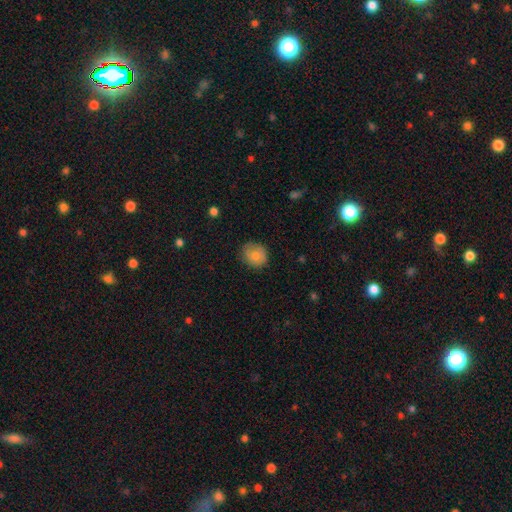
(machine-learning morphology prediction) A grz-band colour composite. It shows a smooth galaxy with no disk features (79%) that is round (77%). Merging: none (78%).